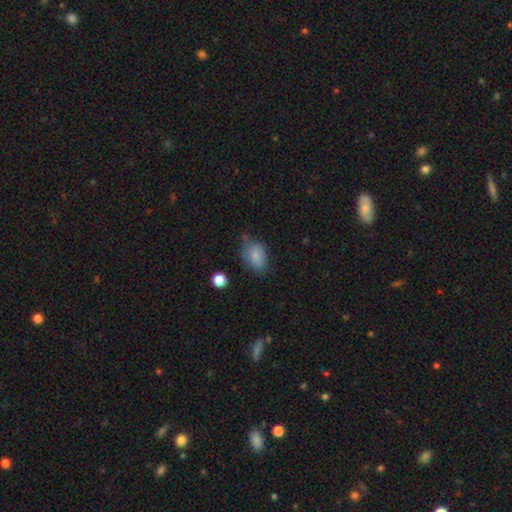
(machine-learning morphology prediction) type=smooth (82%); roundness=in between (73%); merging=none (55%).